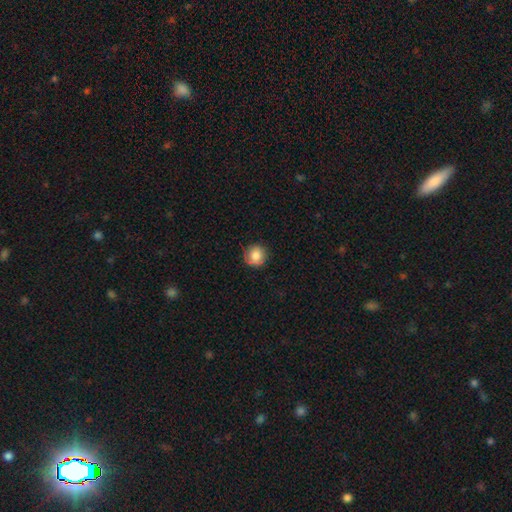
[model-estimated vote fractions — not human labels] The model was most divided on "merging": none: 78%, minor disturbance: 17%, major disturbance: 4%, merger: 1%. More confident: how rounded — round (91%); smooth or featured — smooth (81%).